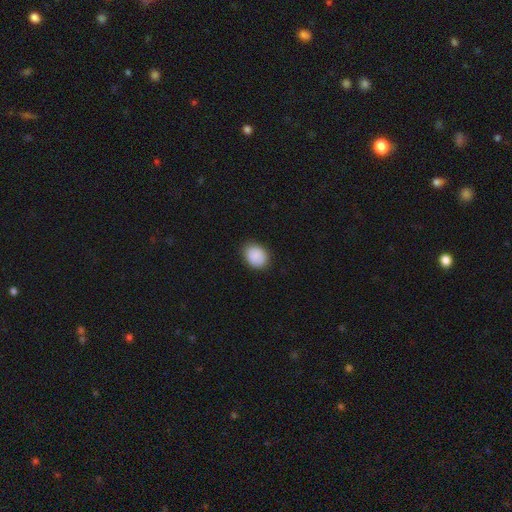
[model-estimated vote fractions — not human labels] smooth_or_featured: smooth (p=0.89) [alt: star or artifact p=0.07]
how_rounded: in between (p=0.52) [alt: round p=0.47]
merging: none (p=0.85) [alt: minor disturbance p=0.11]